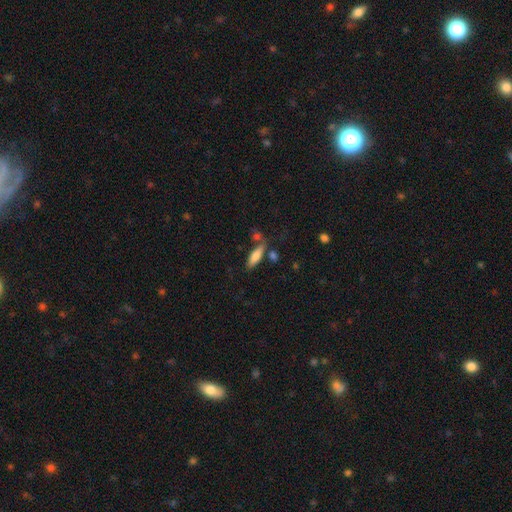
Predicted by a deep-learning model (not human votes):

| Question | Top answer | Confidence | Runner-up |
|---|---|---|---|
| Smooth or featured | smooth | 77% | featured or disk (16%) |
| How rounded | cigar-shaped | 53% | in between (45%) |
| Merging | none | 64% | minor disturbance (15%) |